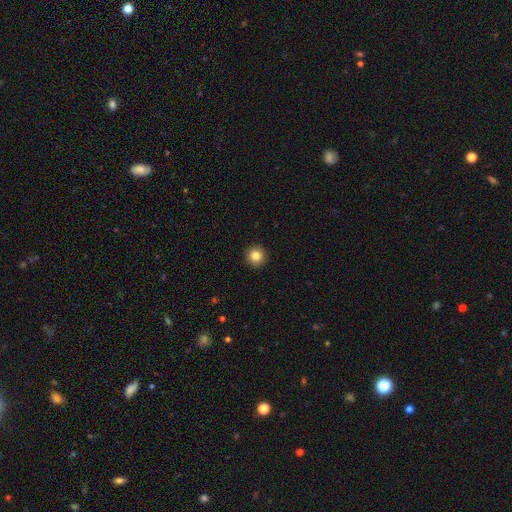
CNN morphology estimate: Smooth or featured? Predicted: smooth (p=0.84). How rounded? Predicted: round (p=0.95). Merging? Predicted: none (p=0.93).